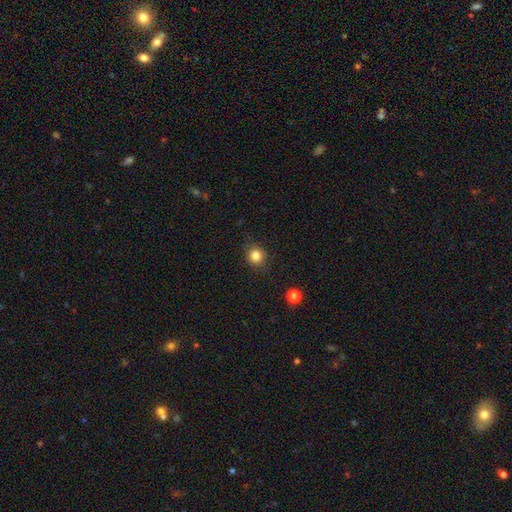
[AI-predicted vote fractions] Smooth or featured: smooth — 83% (star or artifact — 12%)
How rounded: round — 90% (in between — 9%)
Merging: none — 86% (minor disturbance — 10%)